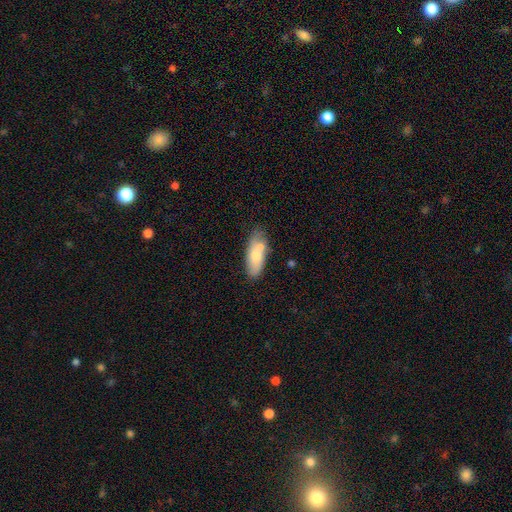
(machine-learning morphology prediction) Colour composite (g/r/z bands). It shows a smooth galaxy with no disk features (70%) that is in between round and cigar-shaped (78%). Merging: none (60%).